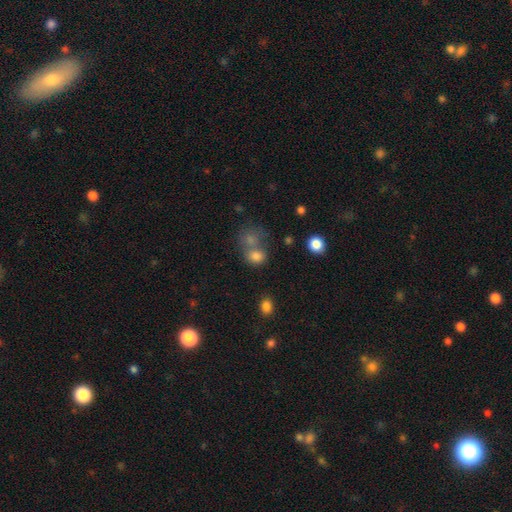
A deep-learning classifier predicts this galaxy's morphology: A smooth galaxy with no disk features (78%) that is round (65%). Merging: merger (45%).